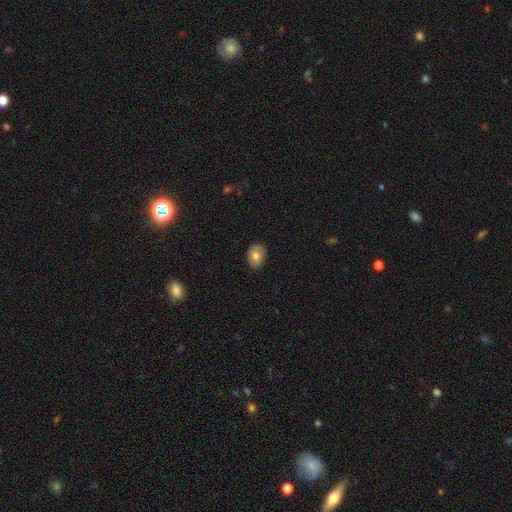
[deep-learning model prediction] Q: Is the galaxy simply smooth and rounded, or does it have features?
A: smooth — 74%.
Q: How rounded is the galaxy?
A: in between — 72%.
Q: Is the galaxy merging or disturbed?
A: none — 77%.